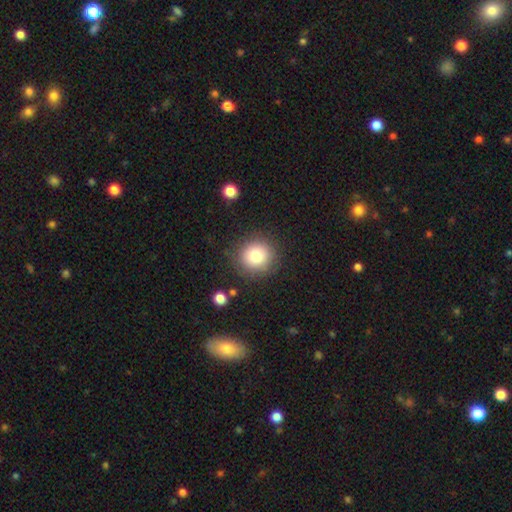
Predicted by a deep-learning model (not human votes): This is likely a smooth galaxy (80%). How rounded: clearly round (92%). Merging: clearly none (86%).